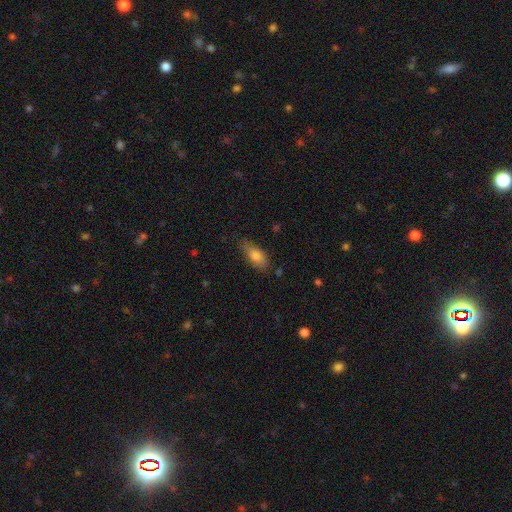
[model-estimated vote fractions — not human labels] Smooth or featured? Predicted: smooth (p=0.78). How rounded? Predicted: in between (p=0.77). Merging? Predicted: none (p=0.74).